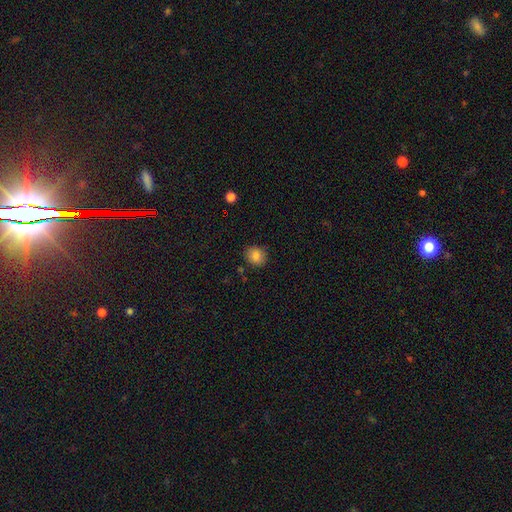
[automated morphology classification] type=smooth (83%); roundness=round (74%); merging=none (86%).